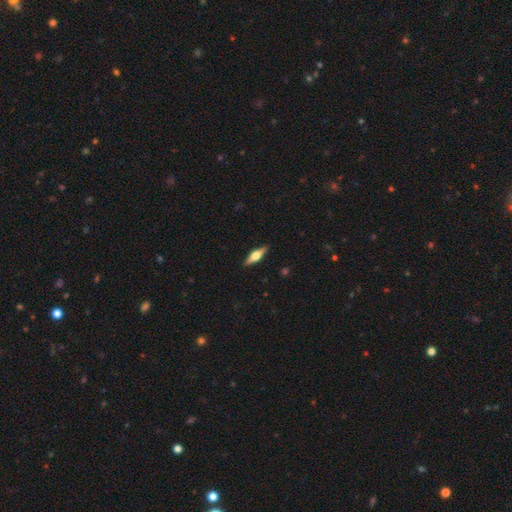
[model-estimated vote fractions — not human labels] Smooth or featured: featured or disk — 60% (smooth — 34%)
Edge-on disk: yes — 96% (no — 4%)
Edge-on bulge: rounded — 92% (boxy — 6%)
Merging: none — 90% (minor disturbance — 8%)